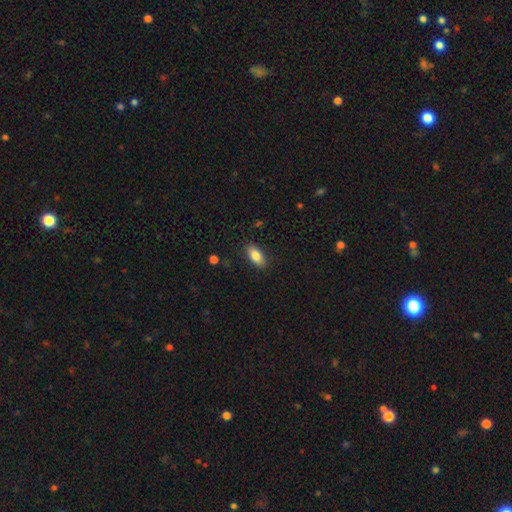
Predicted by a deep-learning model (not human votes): This appears to be a smooth galaxy with no disk features (83%) that is in between round and cigar-shaped (88%). Merging: none (87%).